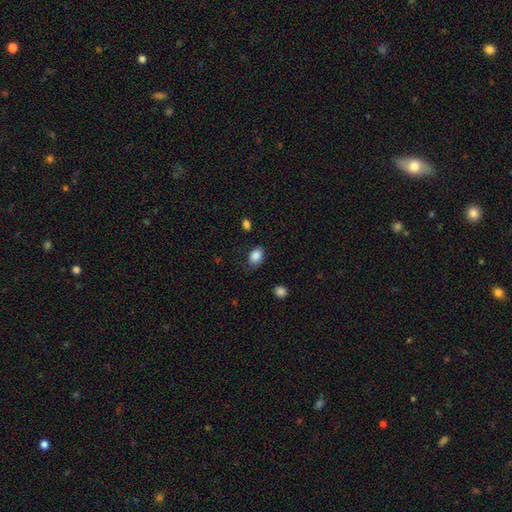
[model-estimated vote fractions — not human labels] Smooth or featured: smooth — 87% (star or artifact — 8%)
How rounded: in between — 76% (round — 23%)
Merging: none — 67% (minor disturbance — 24%)